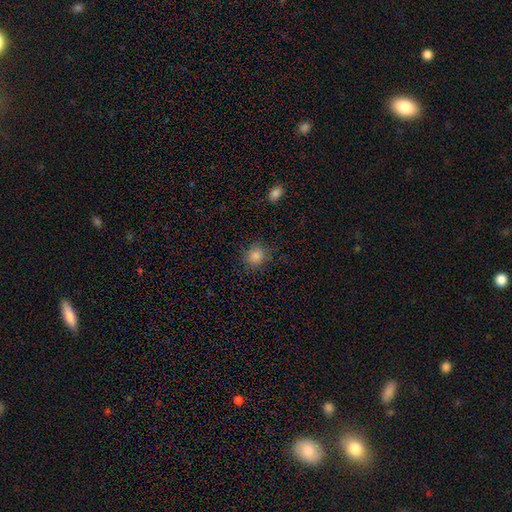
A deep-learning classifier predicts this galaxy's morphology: Q: Smooth or featured?
A: smooth (82%); runner-up: star or artifact (13%)
Q: How rounded?
A: round (78%); runner-up: in between (21%)
Q: Merging?
A: none (83%); runner-up: minor disturbance (12%)